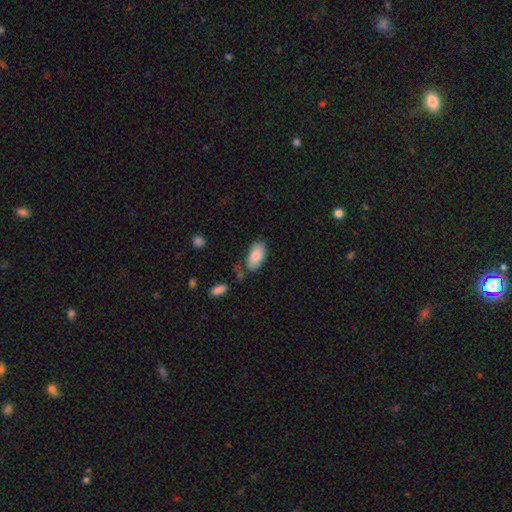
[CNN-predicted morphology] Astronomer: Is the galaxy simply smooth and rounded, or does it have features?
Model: smooth — 85%.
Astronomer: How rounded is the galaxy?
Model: in between — 94%.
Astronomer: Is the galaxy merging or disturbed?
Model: none — 70%.